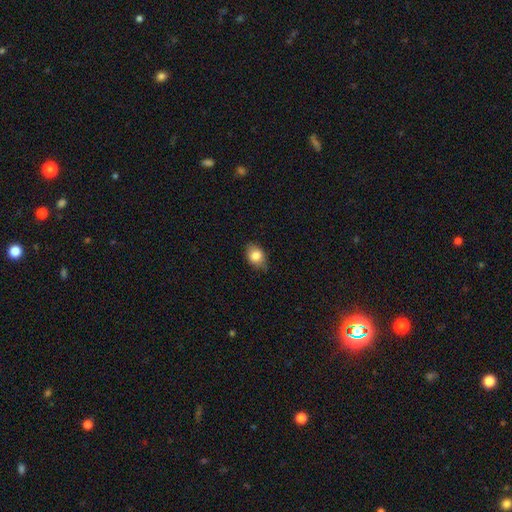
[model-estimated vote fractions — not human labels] A smooth galaxy with no disk features (83%) that is in between round and cigar-shaped (72%).

Vote fractions:
- Smooth or featured? smooth: 83% / featured or disk: 9% / star or artifact: 8%
- How rounded? in between: 72% / round: 27% / cigar-shaped: 1%
- Merging? none: 76% / minor disturbance: 20% / major disturbance: 3% / merger: 1%